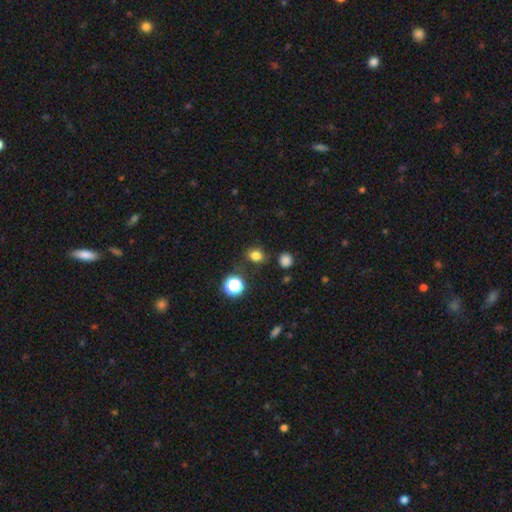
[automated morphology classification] This appears to be a smooth galaxy with no disk features (77%) that is in between round and cigar-shaped (56%). Merging: none (78%).